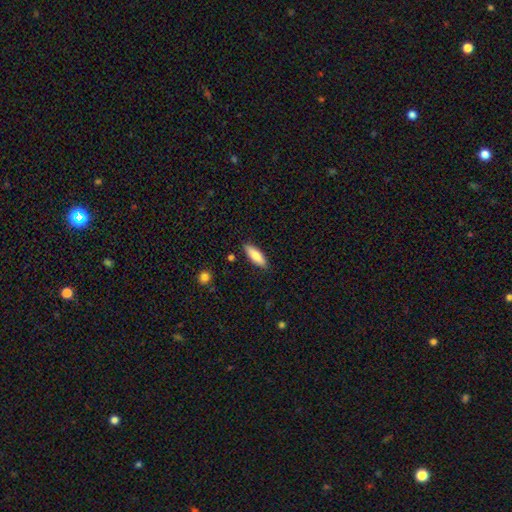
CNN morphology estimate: This appears to be a smooth galaxy with no disk features (83%) that is in between round and cigar-shaped (53%). Merging: none (87%).